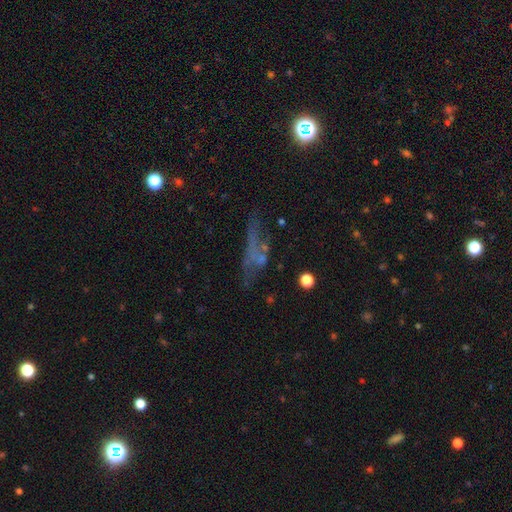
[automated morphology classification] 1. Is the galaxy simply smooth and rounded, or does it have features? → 41% featured or disk, 38% smooth, 21% star or artifact.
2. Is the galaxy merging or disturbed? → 42% none, 25% major disturbance, 20% minor disturbance, 12% merger.